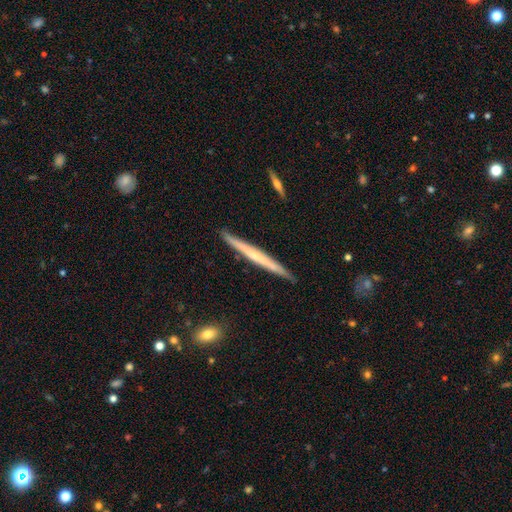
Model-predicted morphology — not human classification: A featured or disk galaxy (57%) viewed edge-on (96%) with no central bulge (65%).

Vote fractions:
- Smooth or featured? featured or disk: 57% / smooth: 37% / star or artifact: 6%
- Edge-on disk? yes: 96% / no: 4%
- Edge-on bulge? none: 65% / rounded: 29% / boxy: 6%
- Merging? none: 89% / minor disturbance: 8% / major disturbance: 1% / merger: 1%